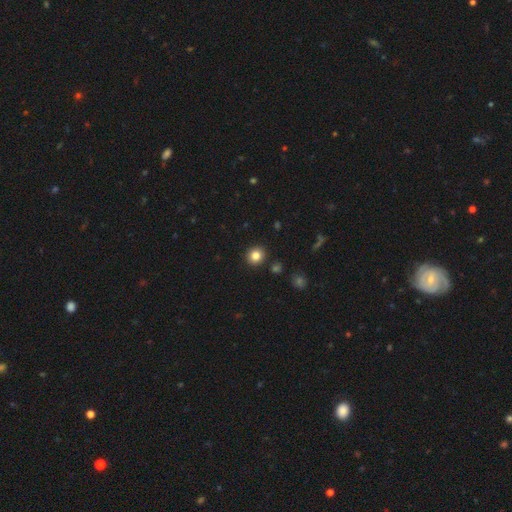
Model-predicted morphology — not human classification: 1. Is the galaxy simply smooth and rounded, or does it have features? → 83% smooth, 11% star or artifact, 6% featured or disk.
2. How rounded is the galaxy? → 85% round, 14% in between, 1% cigar-shaped.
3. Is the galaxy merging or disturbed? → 91% none, 6% minor disturbance, 2% merger, 2% major disturbance.